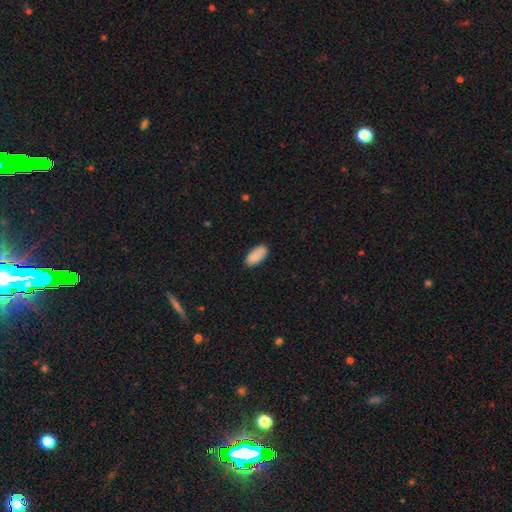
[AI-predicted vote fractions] This appears to be a smooth galaxy with no disk features (86%) that is in between round and cigar-shaped (91%). Merging: none (80%).